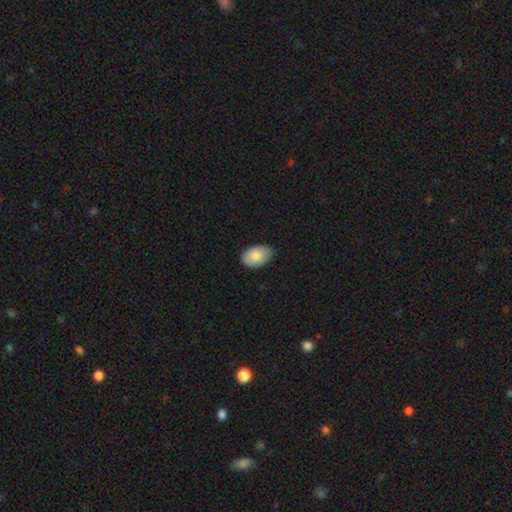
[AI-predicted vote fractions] Morphology: type=smooth (84%); roundness=in between (90%); merging=none (75%).